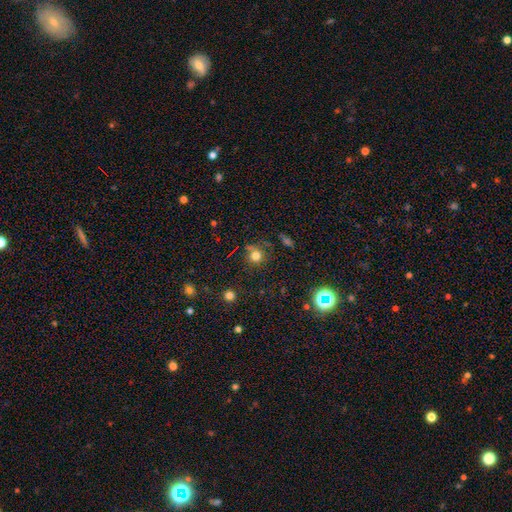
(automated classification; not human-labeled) Smooth or featured: smooth — 73% (star or artifact — 19%)
How rounded: round — 89% (in between — 10%)
Merging: none — 69% (minor disturbance — 16%)